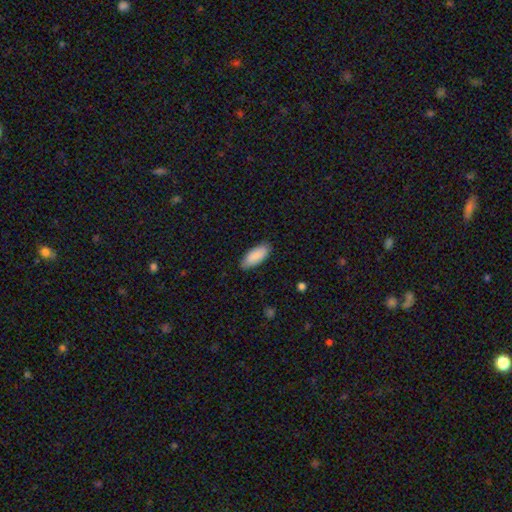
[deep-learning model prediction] smooth-or-featured: smooth: 89% | star or artifact: 6% | featured or disk: 5%
  how-rounded: in between: 83% | cigar-shaped: 15% | round: 2%
  merging: none: 87% | minor disturbance: 10% | major disturbance: 2% | merger: 1%